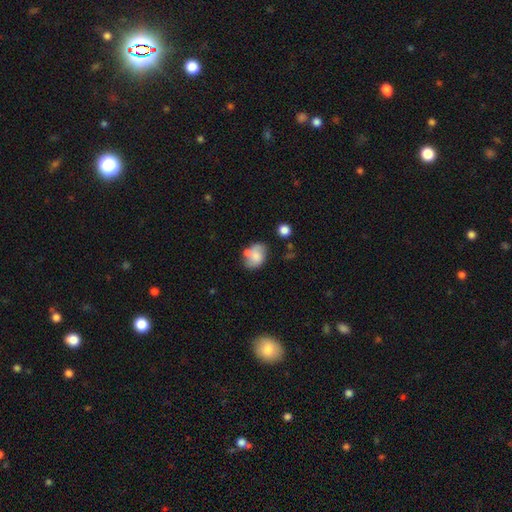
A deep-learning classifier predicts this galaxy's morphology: smooth 67%, featured or disk 24%, star or artifact 9%. Down the decision tree: how rounded — in between (66%); merging — none (48%).